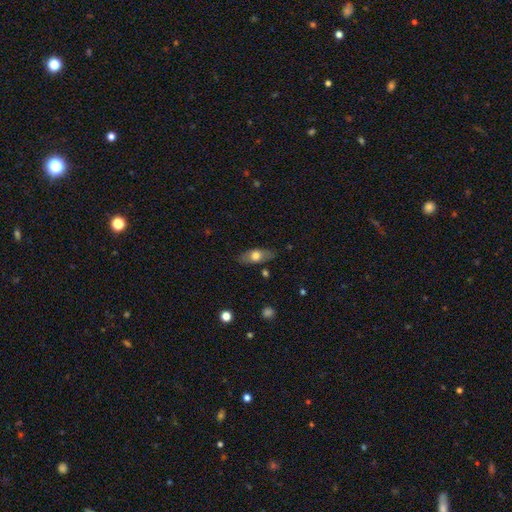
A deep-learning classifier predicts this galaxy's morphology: type=smooth (62%); roundness=in between (81%); merging=none (82%).